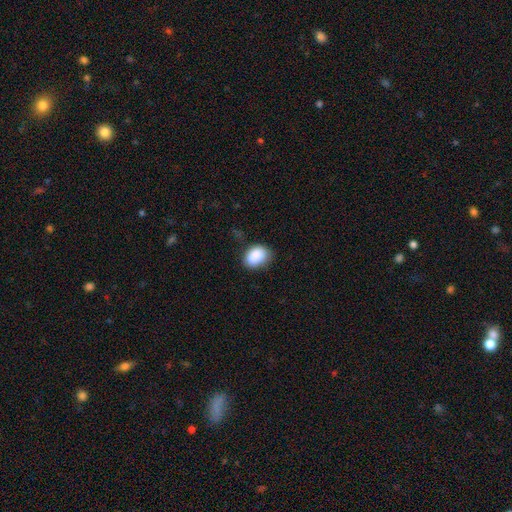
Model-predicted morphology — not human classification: Q: Smooth or featured?
A: smooth (82%); runner-up: featured or disk (10%)
Q: How rounded?
A: in between (66%); runner-up: round (33%)
Q: Merging?
A: none (52%); runner-up: minor disturbance (22%)